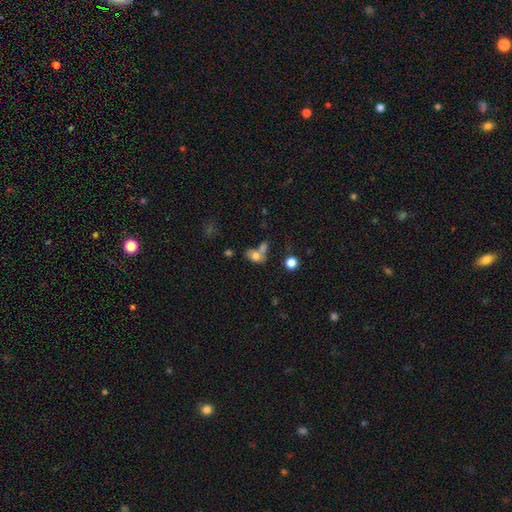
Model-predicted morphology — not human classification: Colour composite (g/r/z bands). It shows a smooth galaxy with no disk features (52%) that is round (49%). Merging: none (42%).